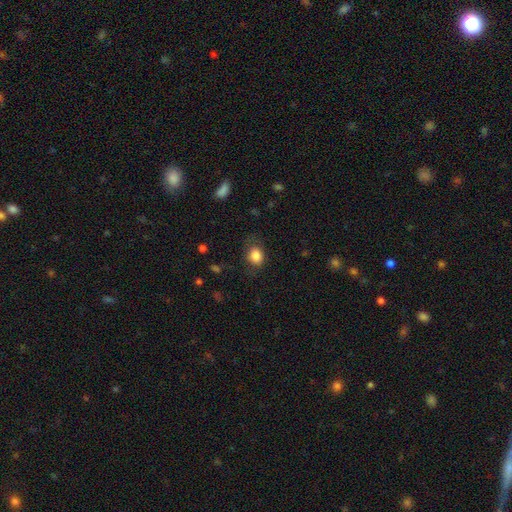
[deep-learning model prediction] smooth-or-featured: smooth: 85% | star or artifact: 9% | featured or disk: 6%
  how-rounded: in between: 56% | round: 43% | cigar-shaped: 1%
  merging: none: 69% | minor disturbance: 21% | major disturbance: 9% | merger: 1%